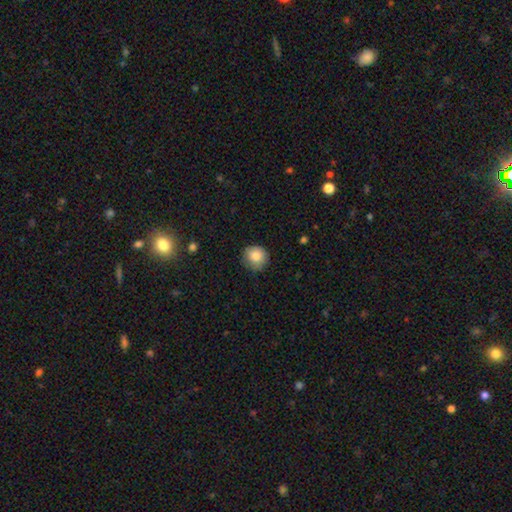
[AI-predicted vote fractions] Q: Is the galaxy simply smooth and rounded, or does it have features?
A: smooth — 83%.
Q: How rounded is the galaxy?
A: round — 92%.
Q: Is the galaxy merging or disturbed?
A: none — 82%.